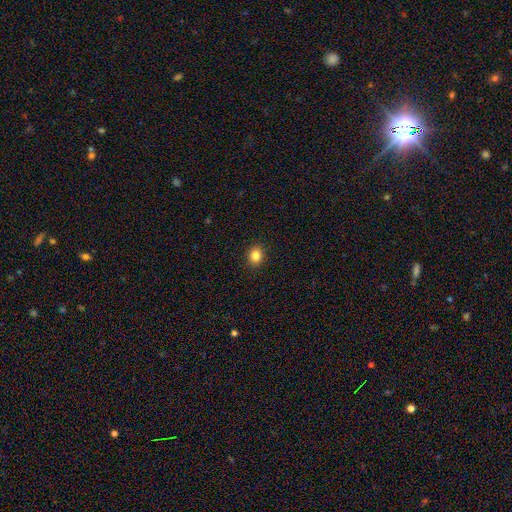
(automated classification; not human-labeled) A smooth galaxy with no disk features (84%) that is round (68%).

Vote fractions:
- Smooth or featured? smooth: 84% / star or artifact: 11% / featured or disk: 5%
- How rounded? round: 68% / in between: 31% / cigar-shaped: 1%
- Merging? none: 92% / minor disturbance: 6% / major disturbance: 2% / merger: 1%